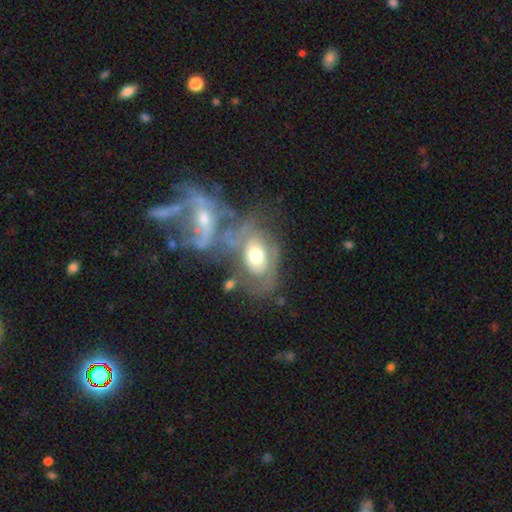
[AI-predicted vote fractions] The model was most divided on "spiral arms": yes: 54%, no: 46%. Remaining: edge-on disk — no (95%); bar — no (78%); bulge size — moderate (66%); smooth or featured — featured or disk (58%); merging — merger (47%).